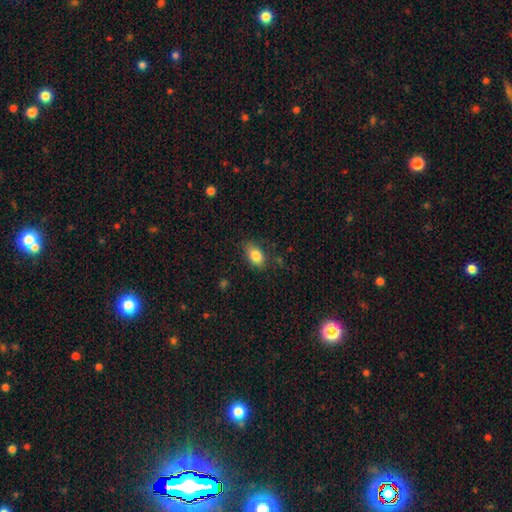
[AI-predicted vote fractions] smooth_or_featured: smooth (p=0.84) [alt: star or artifact p=0.08]
how_rounded: in between (p=0.83) [alt: round p=0.14]
merging: none (p=0.78) [alt: minor disturbance p=0.17]